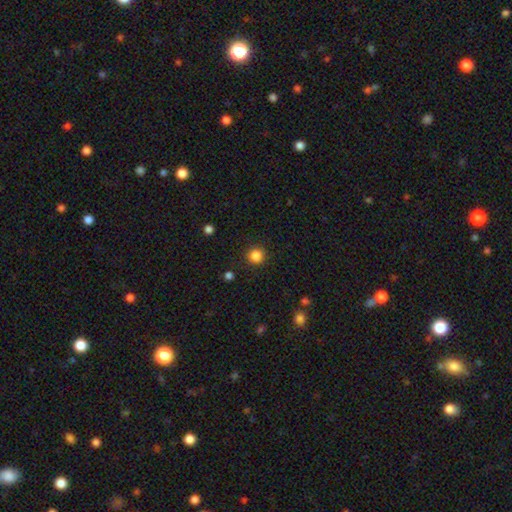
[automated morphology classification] type=smooth (86%); roundness=round (94%); merging=none (90%).